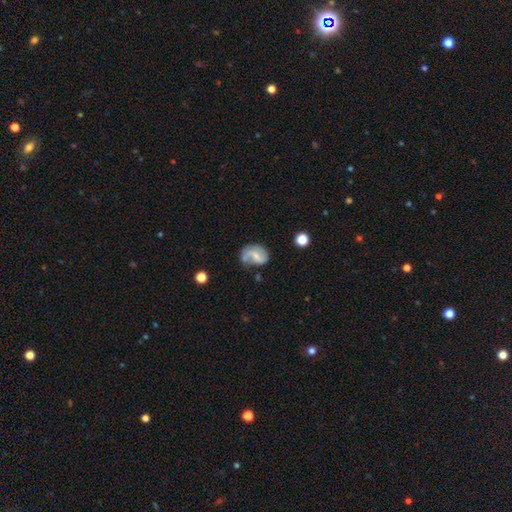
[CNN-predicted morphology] Q: Smooth or featured?
A: featured or disk (58%); runner-up: smooth (34%)
Q: Edge-on disk?
A: no (97%); runner-up: yes (3%)
Q: Bar?
A: weak (46%); runner-up: no (39%)
Q: Spiral arms?
A: yes (80%); runner-up: no (20%)
Q: Bulge size?
A: small (54%); runner-up: moderate (31%)
Q: Merging?
A: none (46%); runner-up: minor disturbance (29%)